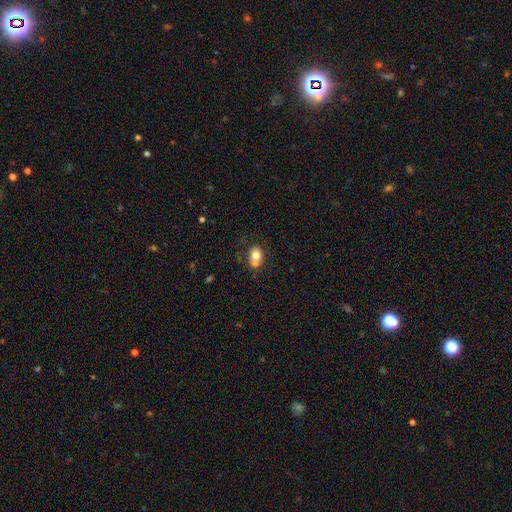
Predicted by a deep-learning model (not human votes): A smooth galaxy with no disk features (74%) that is in between round and cigar-shaped (64%). Merging: none (46%).